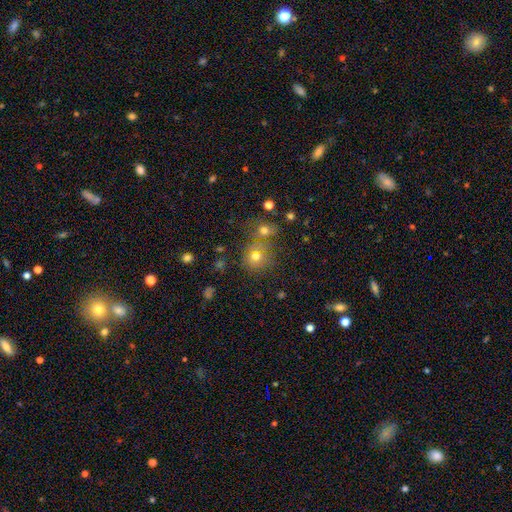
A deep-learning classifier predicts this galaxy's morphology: A smooth galaxy with no disk features (73%) that is round (85%).

Vote fractions:
- Smooth or featured? smooth: 73% / star or artifact: 16% / featured or disk: 11%
- How rounded? round: 85% / in between: 14% / cigar-shaped: 1%
- Merging? none: 60% / merger: 25% / minor disturbance: 10% / major disturbance: 5%